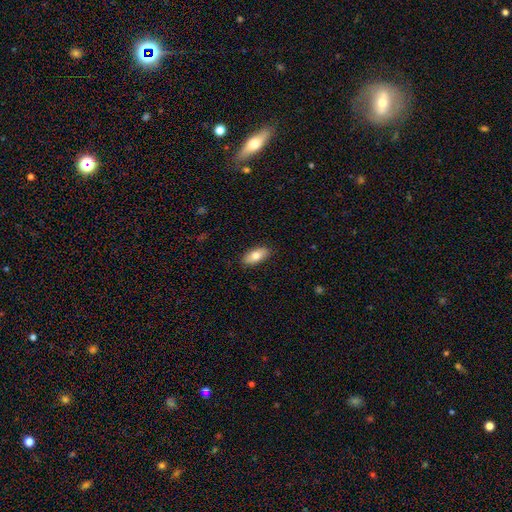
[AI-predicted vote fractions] Smooth or featured? Predicted: smooth (p=0.77). How rounded? Predicted: in between (p=0.85). Merging? Predicted: none (p=0.88).